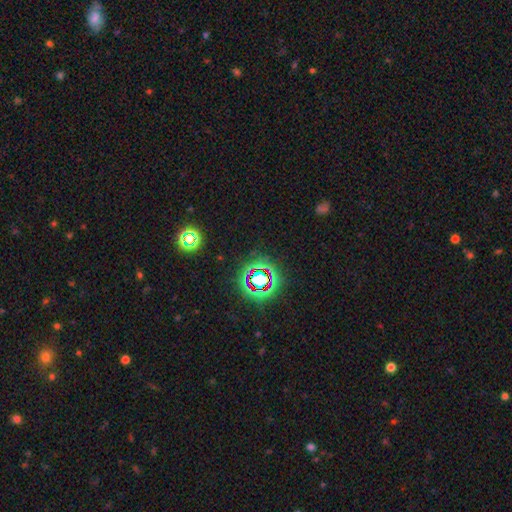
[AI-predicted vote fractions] Overall: star or artifact (73%).